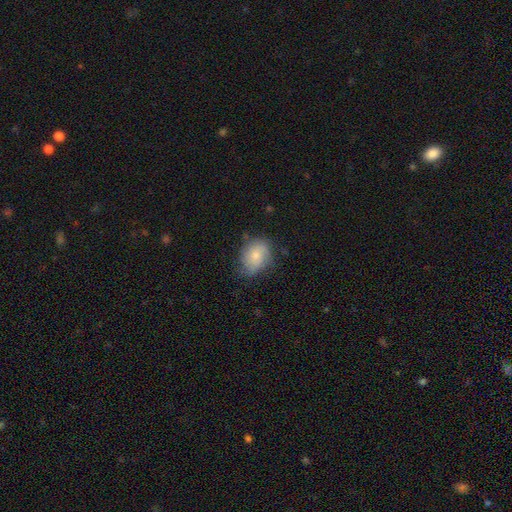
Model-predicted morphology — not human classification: Overall: smooth (68%). How rounded: in between (58%; round 41%). Merging: none (58%; minor disturbance 31%).